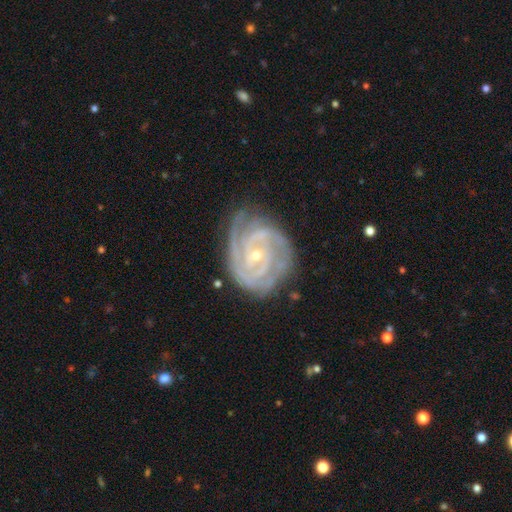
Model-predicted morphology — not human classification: Overall: featured or disk (91%). Edge-on disk: no (98%). Bar: no (54%; weak 34%). Spiral arms: yes (98%). Spiral arm count: 3 (31%, tied with 2). Spiral winding: tight (75%). Bulge size: small (72%). Merging: none (71%).